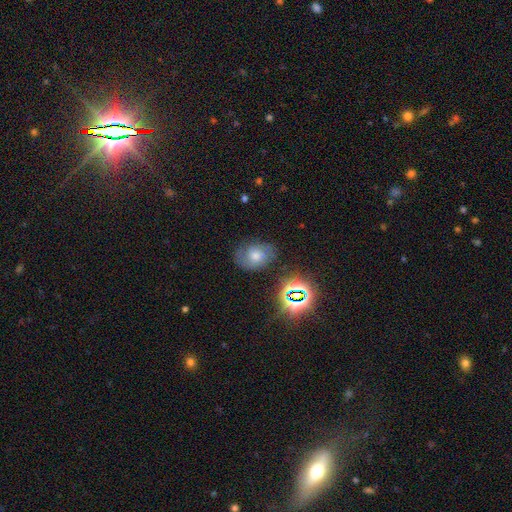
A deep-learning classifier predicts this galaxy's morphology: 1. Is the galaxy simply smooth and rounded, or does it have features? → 43% featured or disk, 30% smooth, 27% star or artifact.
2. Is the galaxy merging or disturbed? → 72% none, 18% minor disturbance, 7% major disturbance, 2% merger.